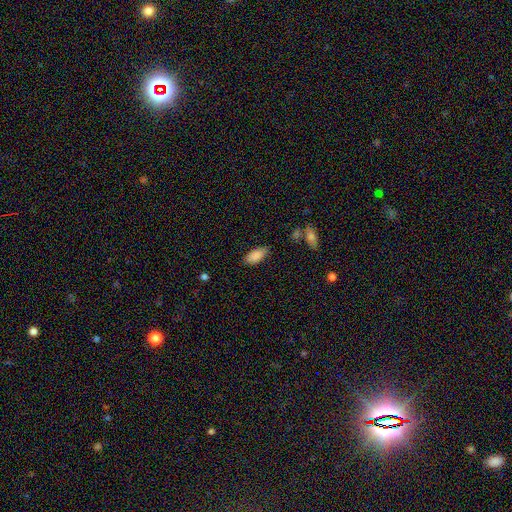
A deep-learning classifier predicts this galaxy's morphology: Smooth or featured? Predicted: smooth (p=0.88). How rounded? Predicted: in between (p=0.89). Merging? Predicted: none (p=0.77).